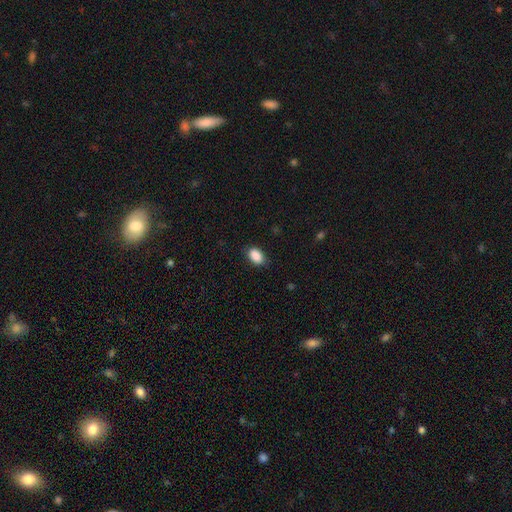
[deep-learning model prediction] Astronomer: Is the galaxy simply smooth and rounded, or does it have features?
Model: smooth — 90%.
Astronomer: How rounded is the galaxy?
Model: in between — 90%.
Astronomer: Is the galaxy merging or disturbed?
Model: none — 83%.